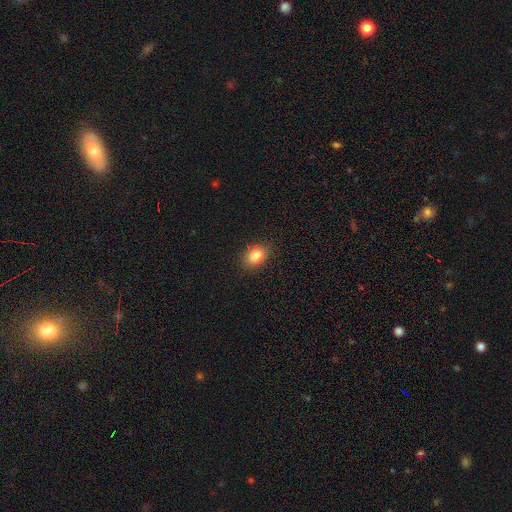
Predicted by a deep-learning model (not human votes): Smooth or featured: smooth — 83% (star or artifact — 10%)
How rounded: in between — 71% (round — 28%)
Merging: none — 86% (minor disturbance — 10%)